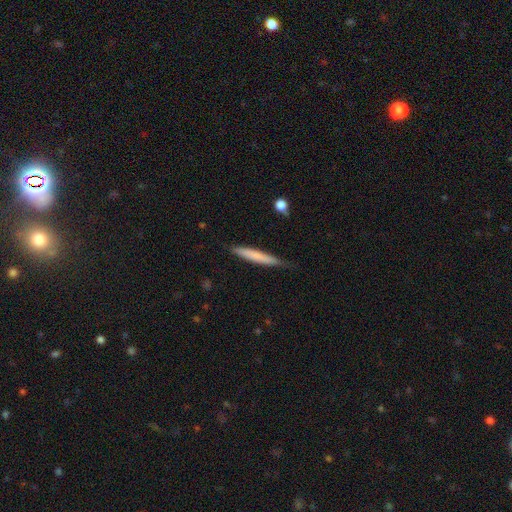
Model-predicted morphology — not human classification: Smooth or featured? smooth (70%)
How rounded? cigar-shaped (95%)
Merging? none (75%)